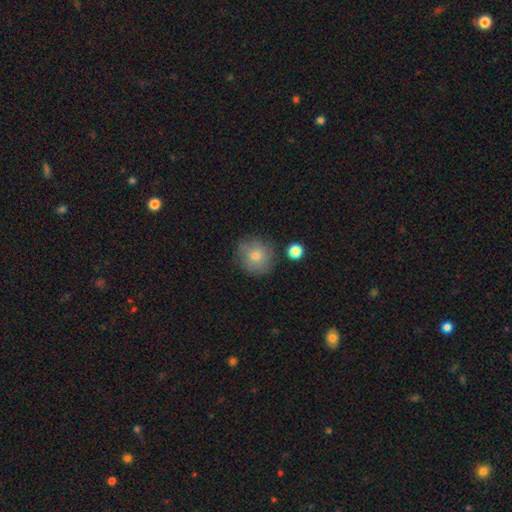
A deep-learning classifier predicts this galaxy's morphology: A smooth galaxy with no disk features (75%) that is round (92%). Merging: none (80%).